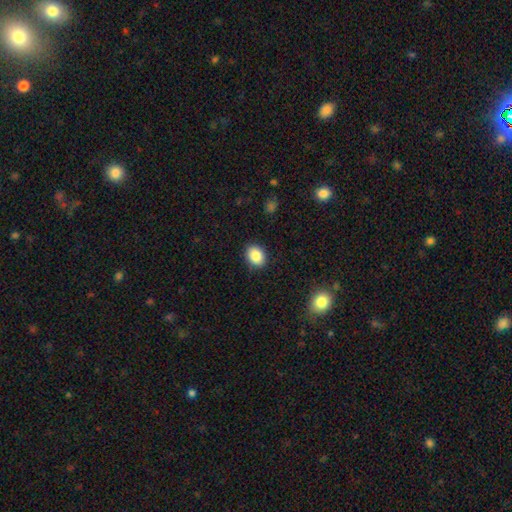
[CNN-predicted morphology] Smooth or featured: smooth — 87% (star or artifact — 8%)
How rounded: in between — 65% (round — 34%)
Merging: none — 88% (minor disturbance — 8%)